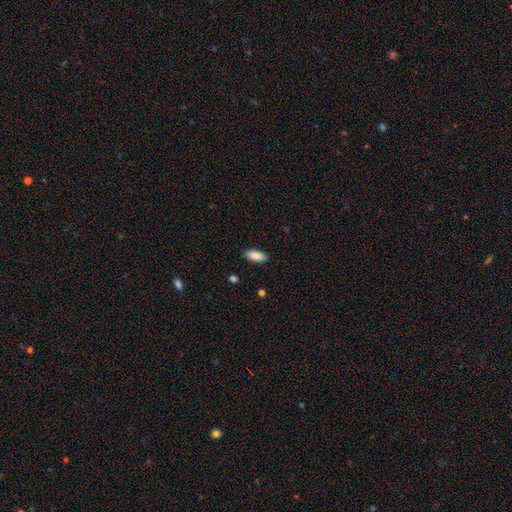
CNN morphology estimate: Smooth or featured: smooth — 88% (star or artifact — 6%)
How rounded: in between — 82% (cigar-shaped — 16%)
Merging: none — 87% (minor disturbance — 9%)